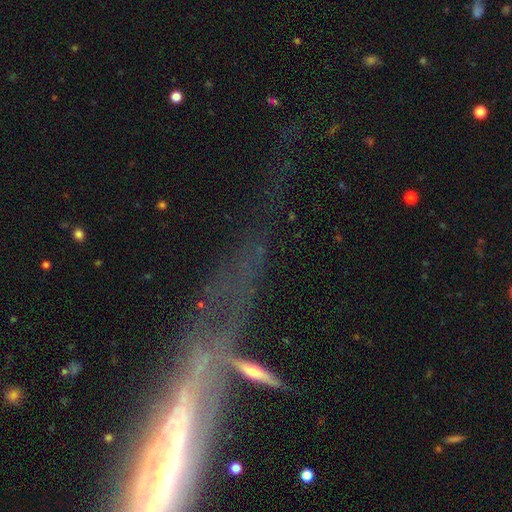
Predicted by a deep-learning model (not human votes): smooth-or-featured: featured or disk: 56% | star or artifact: 22% | smooth: 21%
  disk-edge-on: yes: 53% | no: 47%
  merging: none: 33% | merger: 26% | major disturbance: 24% | minor disturbance: 16%